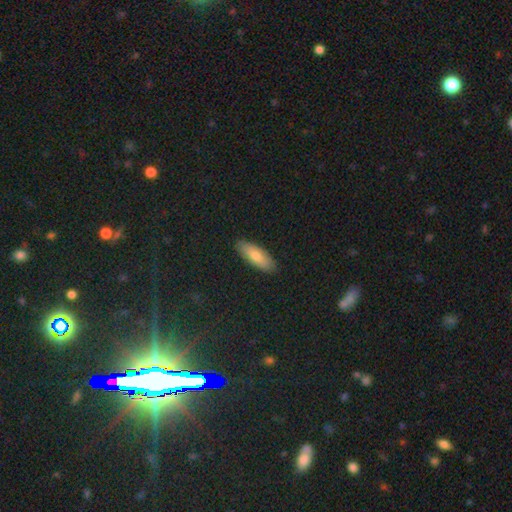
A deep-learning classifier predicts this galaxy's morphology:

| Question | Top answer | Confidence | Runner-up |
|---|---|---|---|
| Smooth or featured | smooth | 76% | featured or disk (17%) |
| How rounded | in between | 62% | cigar-shaped (36%) |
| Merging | none | 90% | minor disturbance (8%) |